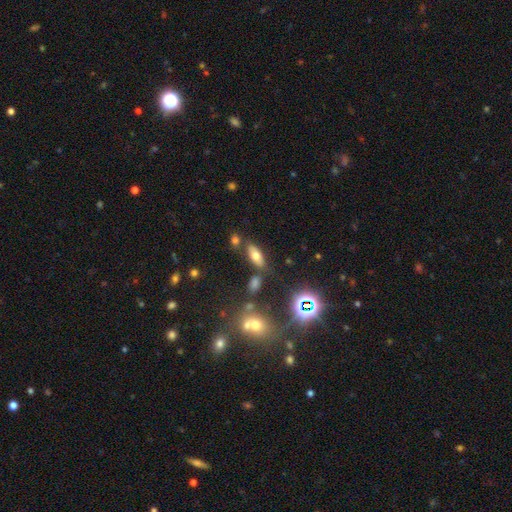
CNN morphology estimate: Smooth or featured: smooth — 65% (featured or disk — 20%)
How rounded: in between — 81% (cigar-shaped — 15%)
Merging: none — 74% (minor disturbance — 12%)